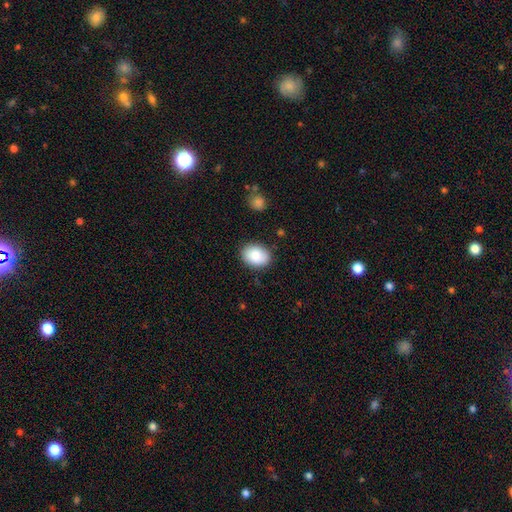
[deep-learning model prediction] Smooth or featured?
  - smooth: 87% *
  - star or artifact: 7%
  - featured or disk: 6%
How rounded?
  - in between: 71% *
  - round: 28%
  - cigar-shaped: 1%
Merging?
  - none: 85% *
  - minor disturbance: 11%
  - major disturbance: 3%
  - merger: 1%